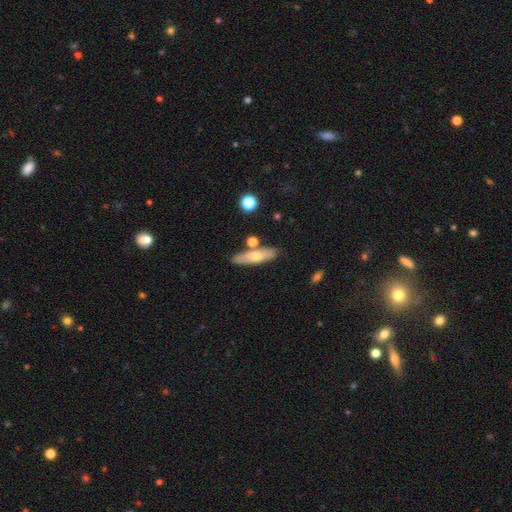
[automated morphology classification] The model was most divided on "smooth or featured": smooth: 58%, featured or disk: 35%, star or artifact: 7%. More confident: merging — none (78%); how rounded — cigar-shaped (70%).